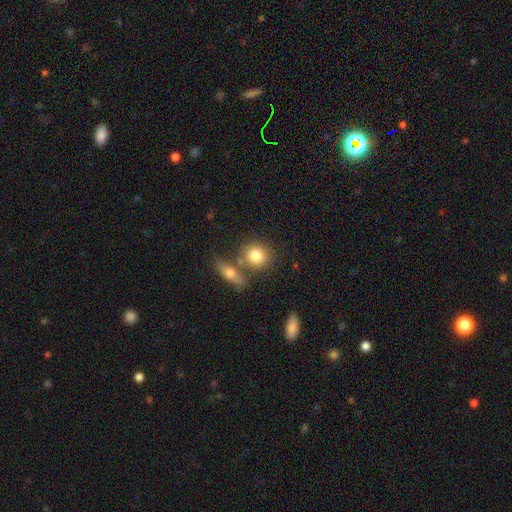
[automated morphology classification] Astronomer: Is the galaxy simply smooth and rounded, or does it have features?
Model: smooth — 78%.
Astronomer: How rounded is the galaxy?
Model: round — 76%.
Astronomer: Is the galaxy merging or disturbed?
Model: none — 59%.